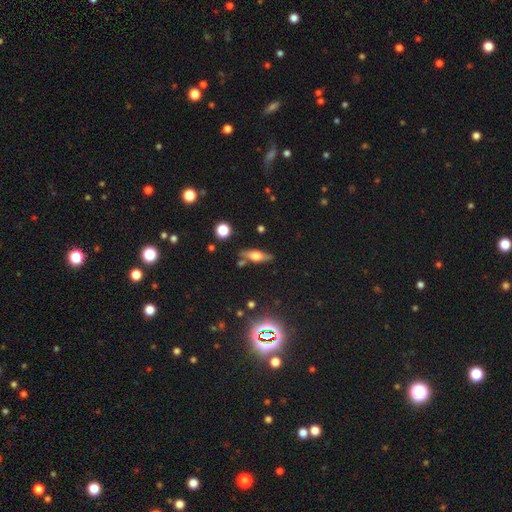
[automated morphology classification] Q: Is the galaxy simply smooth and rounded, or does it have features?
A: featured or disk — 48%.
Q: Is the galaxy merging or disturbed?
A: none — 77%.